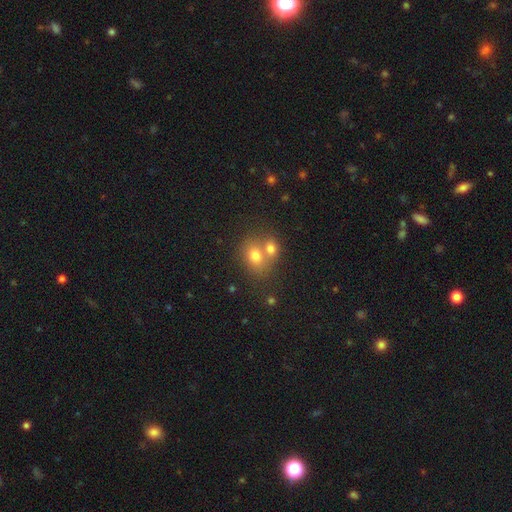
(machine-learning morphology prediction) Overall: smooth (72%). How rounded: round (54%; in between 45%). Merging: merger (55%; none 34%).